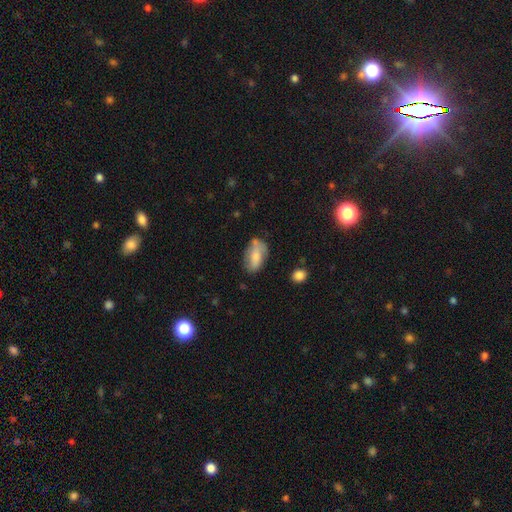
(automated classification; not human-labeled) smooth_or_featured: smooth (p=0.67) [alt: featured or disk p=0.26]
how_rounded: in between (p=0.90) [alt: round p=0.05]
merging: none (p=0.61) [alt: minor disturbance p=0.26]